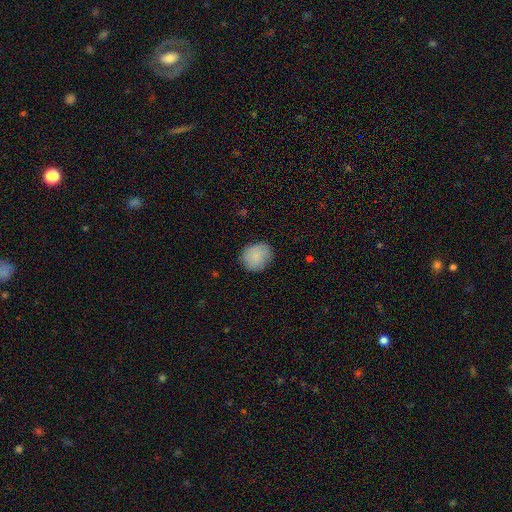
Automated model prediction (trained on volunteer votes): Smooth or featured?
  - smooth: 84% *
  - featured or disk: 9%
  - star or artifact: 7%
How rounded?
  - round: 72% *
  - in between: 27%
  - cigar-shaped: 1%
Merging?
  - none: 80% *
  - minor disturbance: 16%
  - major disturbance: 3%
  - merger: 1%